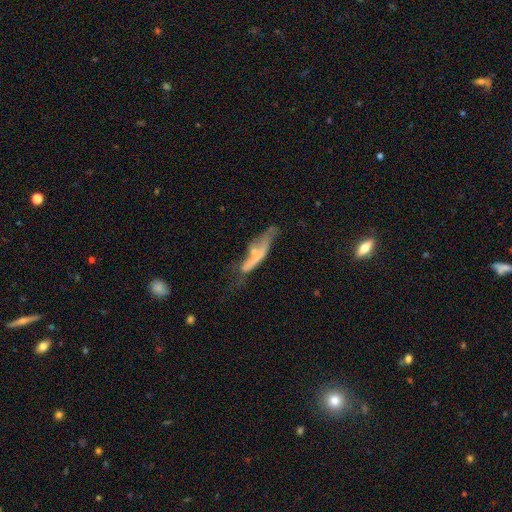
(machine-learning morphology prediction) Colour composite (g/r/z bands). It shows a featured or disk galaxy (48%). Merging: major disturbance (29%, tied with none).